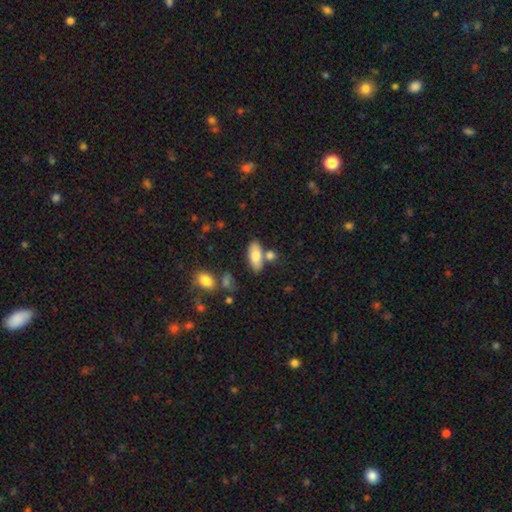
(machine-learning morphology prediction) Smooth or featured? Predicted: smooth (p=0.78). How rounded? Predicted: in between (p=0.82). Merging? Predicted: none (p=0.68).